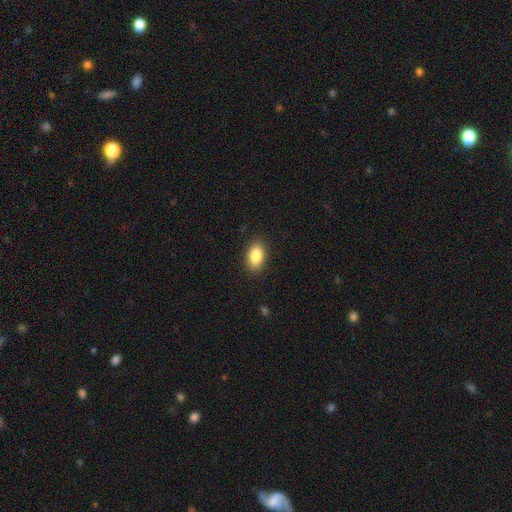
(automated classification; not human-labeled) Smooth or featured?
  - smooth: 85% *
  - star or artifact: 8%
  - featured or disk: 7%
How rounded?
  - in between: 90% *
  - round: 8%
  - cigar-shaped: 2%
Merging?
  - none: 88% *
  - minor disturbance: 9%
  - major disturbance: 2%
  - merger: 1%